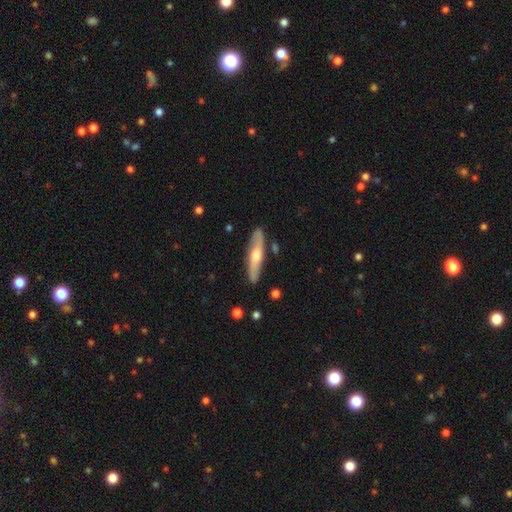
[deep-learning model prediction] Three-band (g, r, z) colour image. It shows a featured or disk galaxy (54%) viewed edge-on (71%). Merging: none (86%).